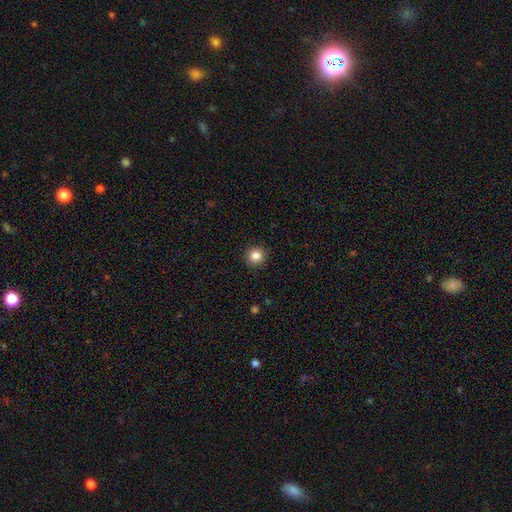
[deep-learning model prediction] Smooth or featured? Predicted: smooth (p=0.84). How rounded? Predicted: round (p=0.94). Merging? Predicted: none (p=0.93).